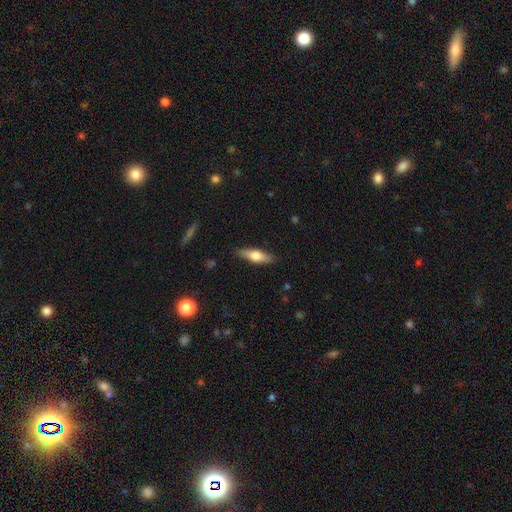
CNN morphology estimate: A smooth galaxy with no disk features (57%) that is cigar-shaped (50%). Merging: none (87%).